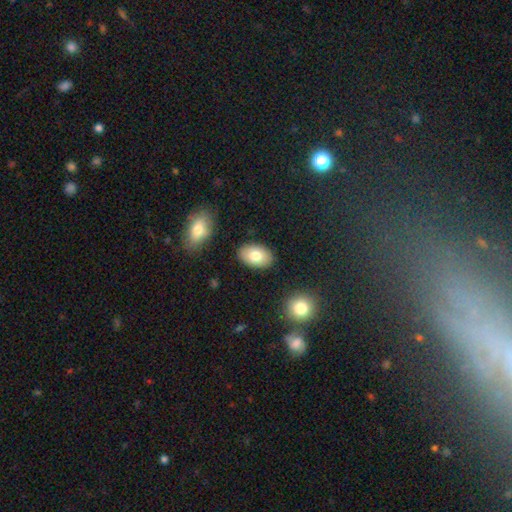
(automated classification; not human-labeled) The model was most divided on "smooth or featured": smooth: 79%, featured or disk: 14%, star or artifact: 7%. More confident: how rounded — in between (90%); merging — none (86%).